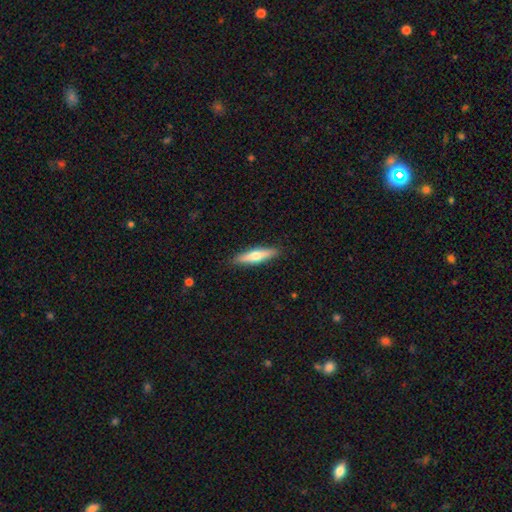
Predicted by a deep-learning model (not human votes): This is possibly a smooth galaxy (56%). How rounded: likely cigar-shaped (79%). Merging: clearly none (90%).